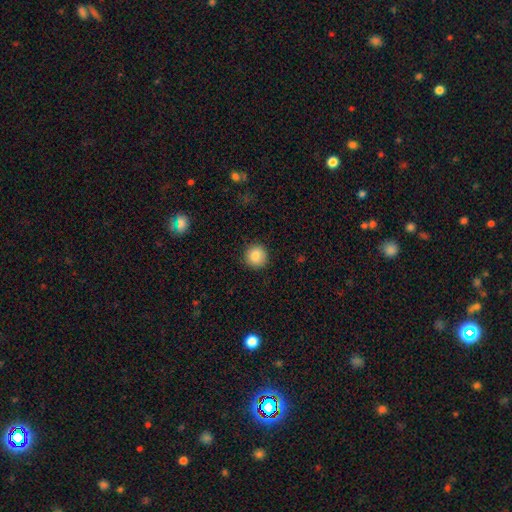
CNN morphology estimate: smooth 87%, star or artifact 9%, featured or disk 4%. Down the decision tree: how rounded — round (92%); merging — none (90%).